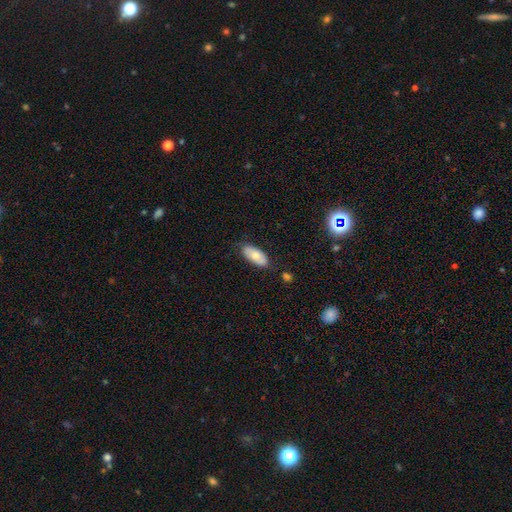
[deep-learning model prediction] This is likely a smooth galaxy (70%). How rounded: clearly in between (91%). Merging: likely none (78%).